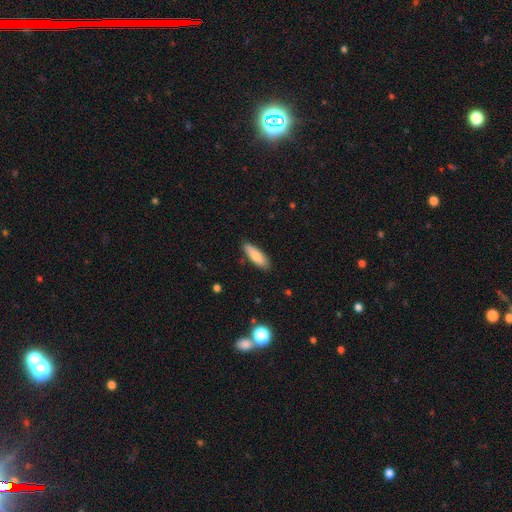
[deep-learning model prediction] This is likely a smooth galaxy (80%). How rounded: possibly in between (53%). Merging: clearly none (85%).